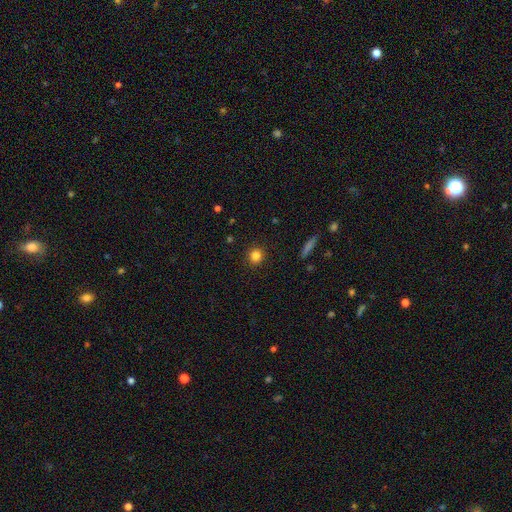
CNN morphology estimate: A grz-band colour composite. It shows a smooth galaxy with no disk features (83%) that is round (90%). Merging: none (91%).